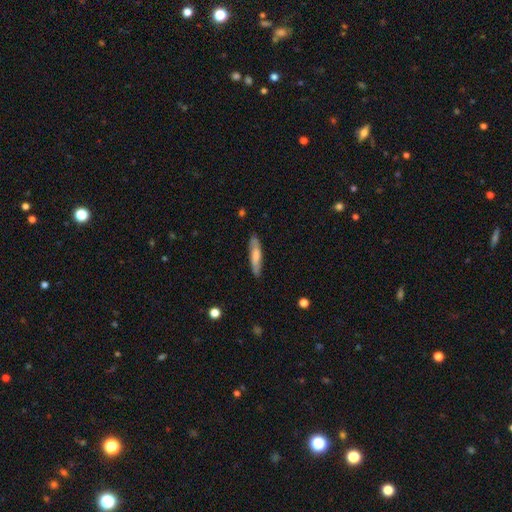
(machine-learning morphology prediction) smooth-or-featured: smooth: 68% | featured or disk: 27% | star or artifact: 6%
  how-rounded: cigar-shaped: 82% | in between: 17% | round: 1%
  merging: none: 84% | minor disturbance: 13% | major disturbance: 2% | merger: 1%